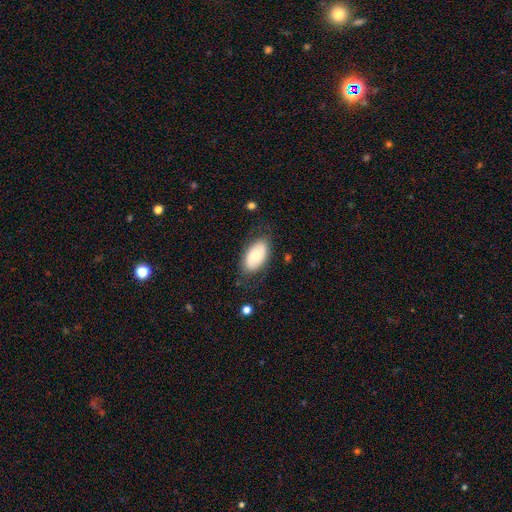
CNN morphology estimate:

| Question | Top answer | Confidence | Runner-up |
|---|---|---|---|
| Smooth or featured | smooth | 66% | featured or disk (28%) |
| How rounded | in between | 94% | round (4%) |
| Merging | none | 77% | minor disturbance (17%) |